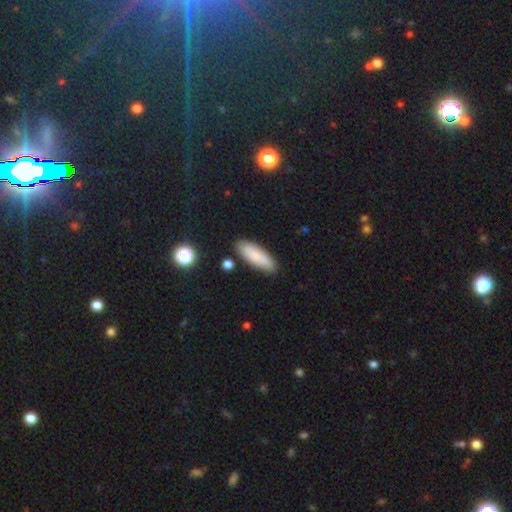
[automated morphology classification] smooth_or_featured: smooth (p=0.82) [alt: featured or disk p=0.12]
how_rounded: in between (p=0.55) [alt: cigar-shaped p=0.43]
merging: none (p=0.84) [alt: minor disturbance p=0.11]